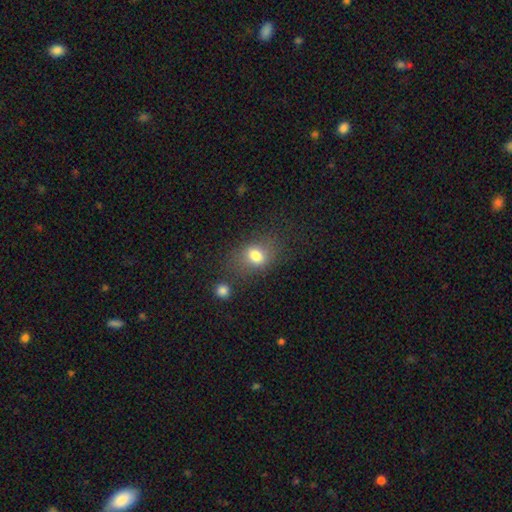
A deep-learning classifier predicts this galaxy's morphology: A smooth galaxy with no disk features (76%) that is in between round and cigar-shaped (65%).

Vote fractions:
- Smooth or featured? smooth: 76% / star or artifact: 12% / featured or disk: 12%
- How rounded? in between: 65% / round: 33% / cigar-shaped: 2%
- Merging? none: 63% / minor disturbance: 19% / major disturbance: 11% / merger: 6%